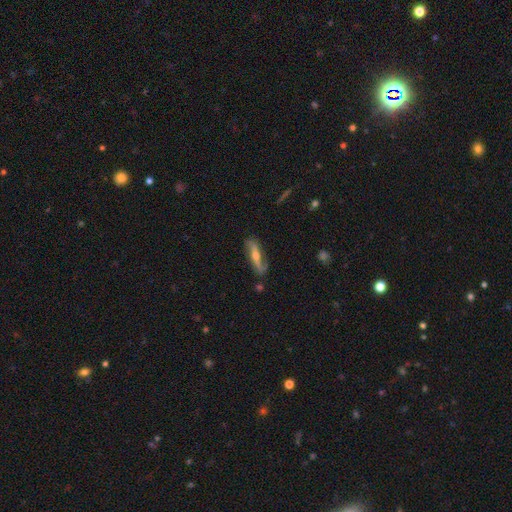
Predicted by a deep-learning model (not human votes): Overall: featured or disk (74%). Edge-on disk: no (64%; yes 36%). Merging: none (79%).